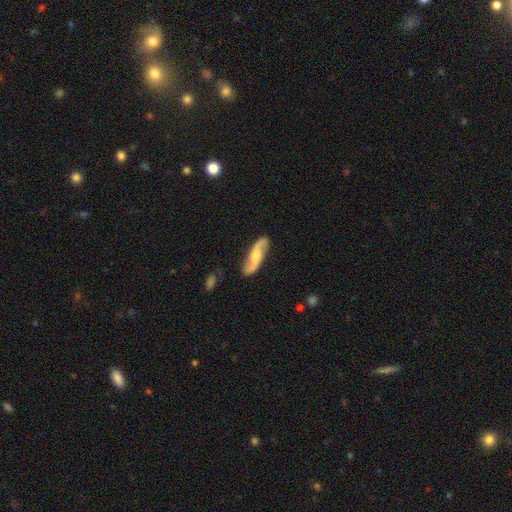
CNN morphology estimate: Smooth or featured: featured or disk — 78% (smooth — 18%)
Edge-on disk: no — 90% (yes — 10%)
Bar: no — 55% (weak — 35%)
Spiral arms: yes — 95% (no — 5%)
Spiral winding: loose — 64% (medium — 28%)
Spiral arm count: 2 — 93% (can't tell — 3%)
Bulge size: moderate — 52% (small — 32%)
Merging: none — 83% (minor disturbance — 12%)